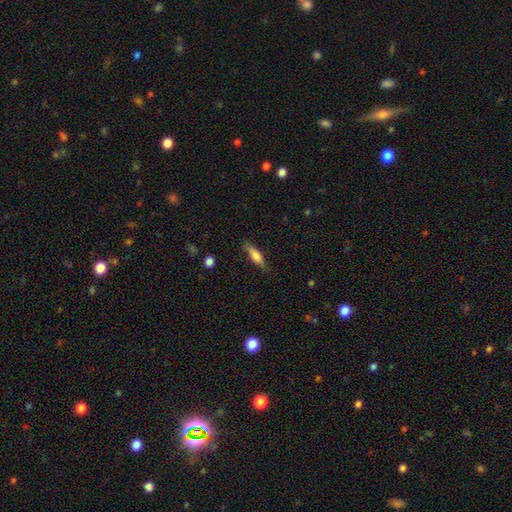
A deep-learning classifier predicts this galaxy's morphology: type=smooth (70%); roundness=cigar-shaped (59%); merging=none (75%).